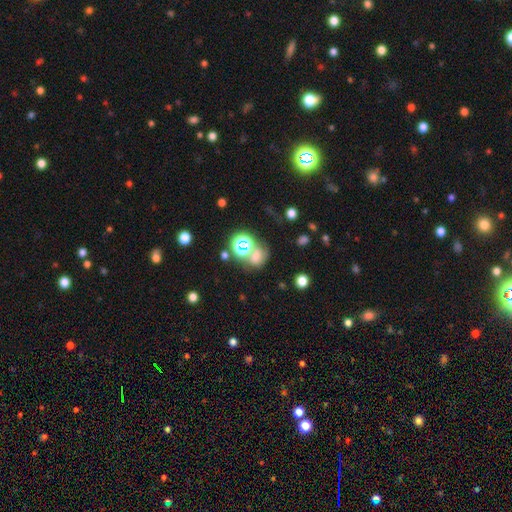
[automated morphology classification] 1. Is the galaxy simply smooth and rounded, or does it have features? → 49% smooth, 36% star or artifact, 15% featured or disk.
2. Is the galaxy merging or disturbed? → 41% none, 31% merger, 15% minor disturbance, 14% major disturbance.